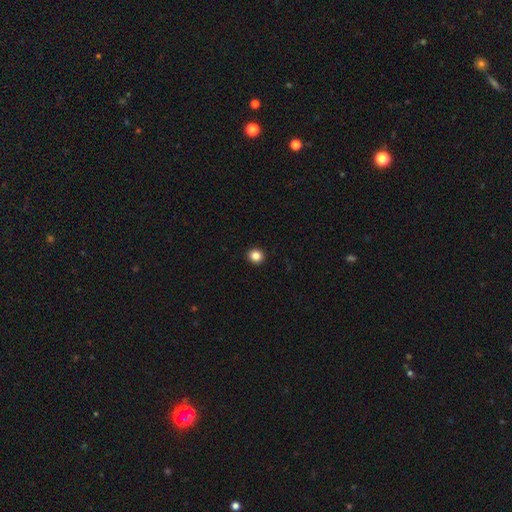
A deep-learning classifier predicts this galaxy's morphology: A smooth galaxy with no disk features (85%) that is round (90%). Merging: none (94%).